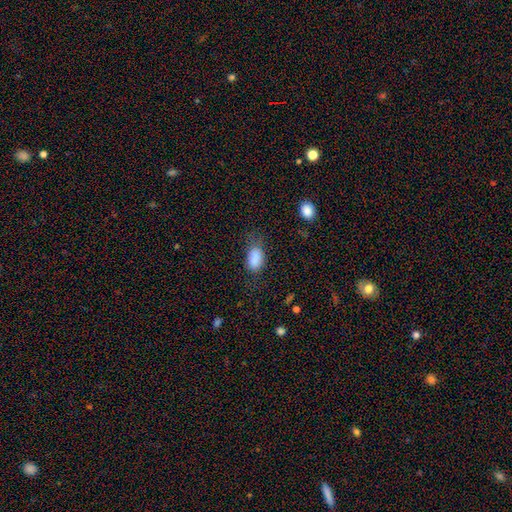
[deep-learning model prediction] Smooth or featured: smooth — 85% (star or artifact — 8%)
How rounded: in between — 89% (round — 8%)
Merging: none — 55% (minor disturbance — 28%)